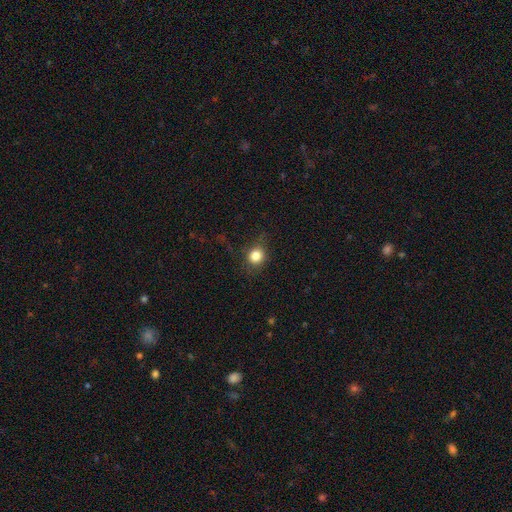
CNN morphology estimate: smooth-or-featured: smooth: 83% | star or artifact: 11% | featured or disk: 6%
  how-rounded: round: 75% | in between: 24% | cigar-shaped: 1%
  merging: none: 75% | minor disturbance: 17% | major disturbance: 7% | merger: 1%